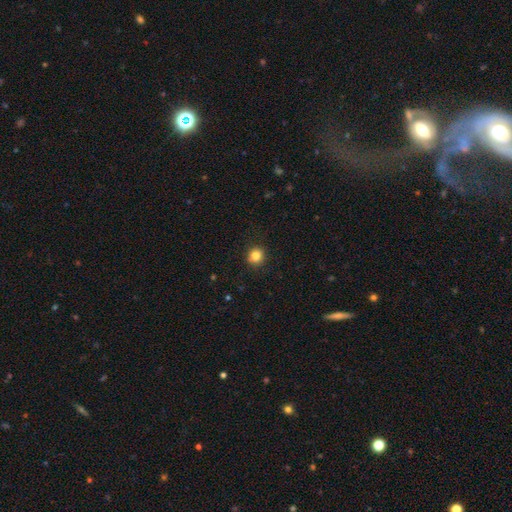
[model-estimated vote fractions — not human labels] Smooth or featured: smooth — 84% (star or artifact — 11%)
How rounded: round — 89% (in between — 10%)
Merging: none — 90% (minor disturbance — 7%)